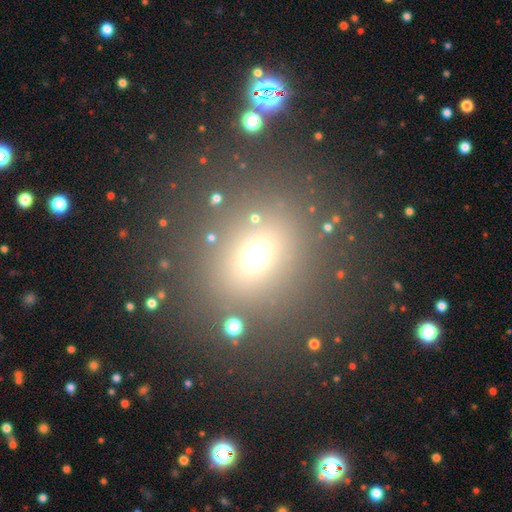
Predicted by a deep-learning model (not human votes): Morphology: type=smooth (59%); roundness=round (71%); merging=none (82%).